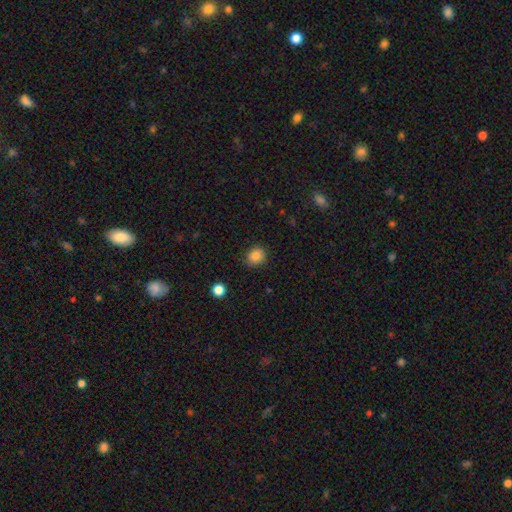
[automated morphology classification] smooth-or-featured: smooth: 86% | star or artifact: 10% | featured or disk: 4%
  how-rounded: round: 75% | in between: 24% | cigar-shaped: 1%
  merging: none: 86% | minor disturbance: 10% | major disturbance: 3% | merger: 1%